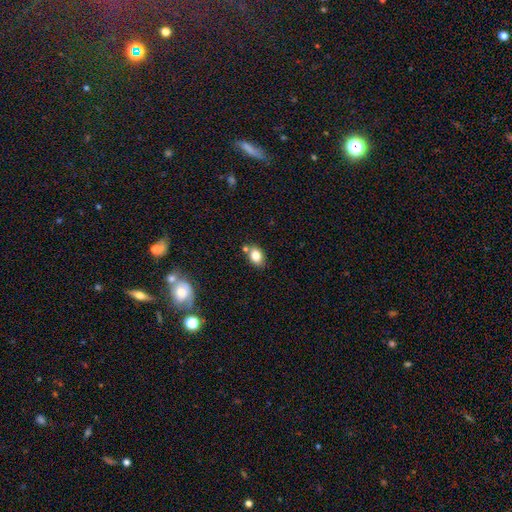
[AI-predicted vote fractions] A smooth galaxy with no disk features (81%) that is in between round and cigar-shaped (71%). Merging: none (70%).